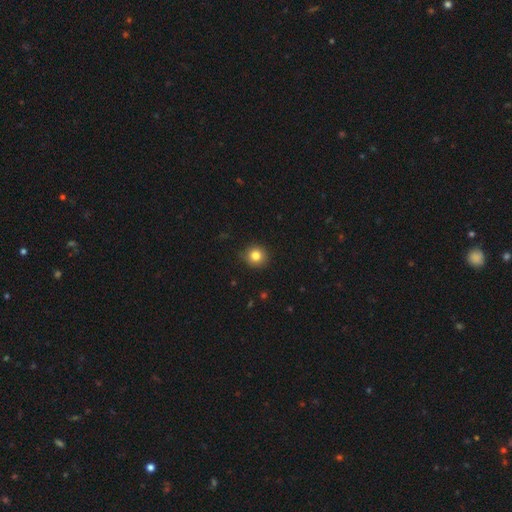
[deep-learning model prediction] smooth-or-featured: smooth: 82% | star or artifact: 11% | featured or disk: 7%
  how-rounded: round: 91% | in between: 8% | cigar-shaped: 1%
  merging: none: 89% | minor disturbance: 8% | major disturbance: 2% | merger: 1%